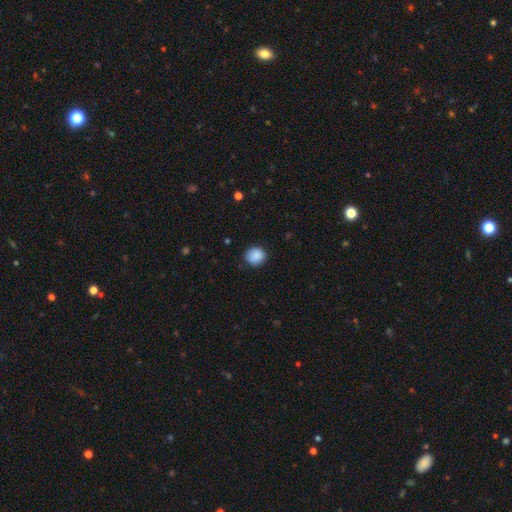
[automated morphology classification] A smooth galaxy with no disk features (89%) that is round (81%).

Vote fractions:
- Smooth or featured? smooth: 89% / star or artifact: 8% / featured or disk: 3%
- How rounded? round: 81% / in between: 18% / cigar-shaped: 1%
- Merging? none: 86% / minor disturbance: 11% / major disturbance: 3% / merger: 1%